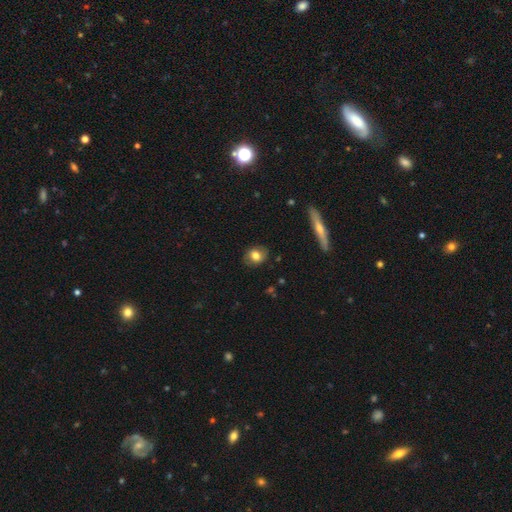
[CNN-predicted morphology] The model was most divided on "how rounded": round: 55%, in between: 43%, cigar-shaped: 2%. More confident: merging — none (83%); smooth or featured — smooth (70%).